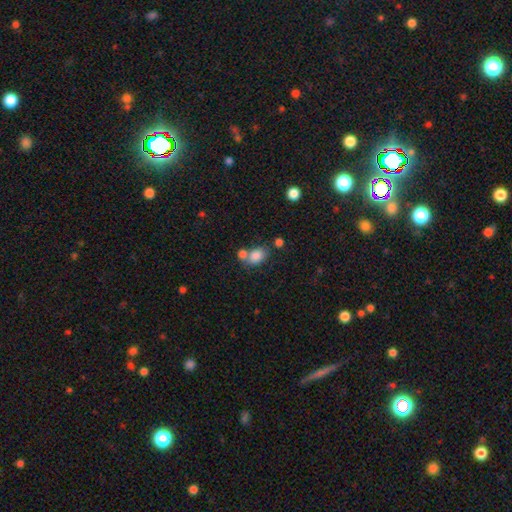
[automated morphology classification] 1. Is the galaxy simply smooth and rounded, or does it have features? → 83% smooth, 10% star or artifact, 8% featured or disk.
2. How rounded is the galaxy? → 72% in between, 27% round, 1% cigar-shaped.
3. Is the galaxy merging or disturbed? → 47% none, 34% merger, 13% minor disturbance, 5% major disturbance.